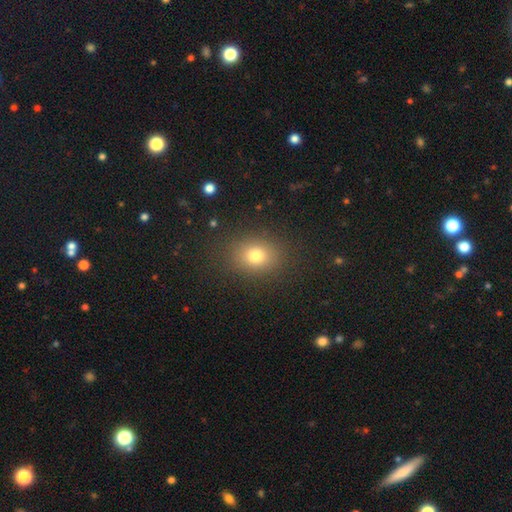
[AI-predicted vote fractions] This appears to be a smooth galaxy with no disk features (77%) that is round (51%). Merging: none (86%).